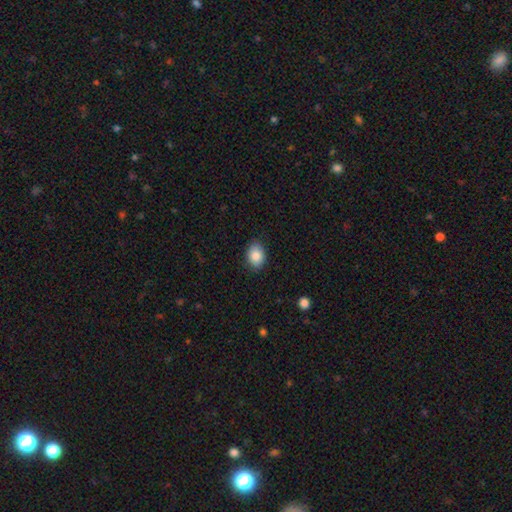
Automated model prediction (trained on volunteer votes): This is clearly a smooth galaxy (86%). How rounded: likely in between (70%). Merging: clearly none (85%).